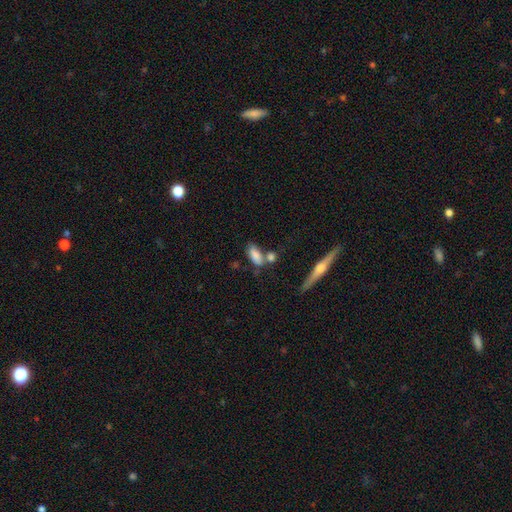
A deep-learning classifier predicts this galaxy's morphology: This is likely a smooth galaxy (79%). How rounded: clearly in between (82%). Merging: possibly none (50%).